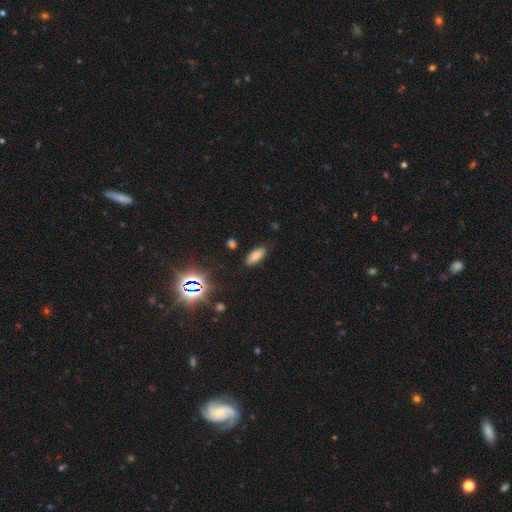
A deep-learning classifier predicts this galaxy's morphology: Smooth or featured? smooth (75%)
How rounded? in between (83%)
Merging? none (85%)